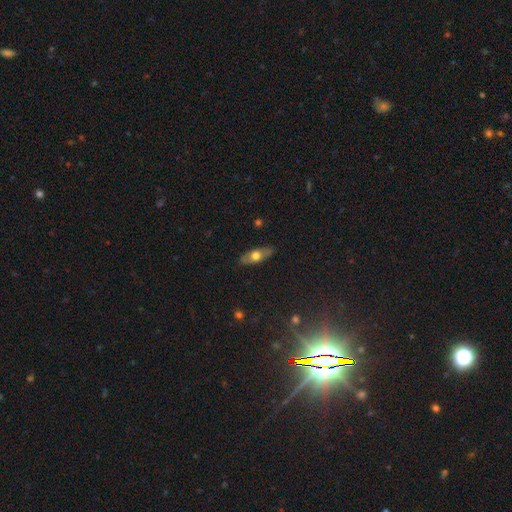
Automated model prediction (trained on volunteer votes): Smooth or featured? Predicted: smooth (p=0.55). How rounded? Predicted: in between (p=0.72). Merging? Predicted: none (p=0.84).